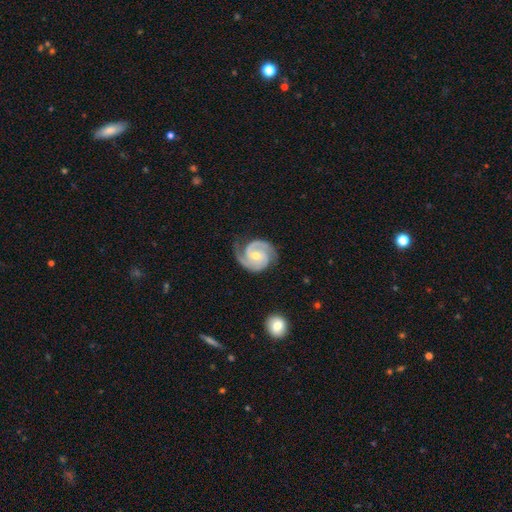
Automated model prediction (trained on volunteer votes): Smooth or featured: featured or disk — 93% (smooth — 4%)
Edge-on disk: no — 98% (yes — 2%)
Bar: no — 53% (weak — 35%)
Spiral arms: yes — 99% (no — 1%)
Spiral winding: tight — 56% (medium — 39%)
Spiral arm count: 2 — 83% (3 — 10%)
Bulge size: moderate — 55% (small — 42%)
Merging: none — 77% (minor disturbance — 17%)